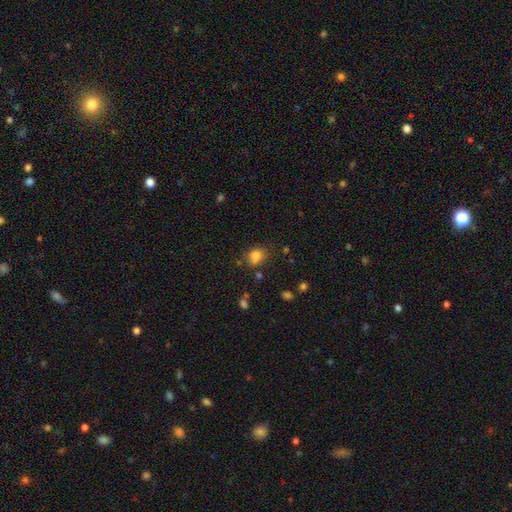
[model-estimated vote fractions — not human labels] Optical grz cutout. It shows a smooth galaxy with no disk features (80%) that is round (59%). Merging: none (66%).